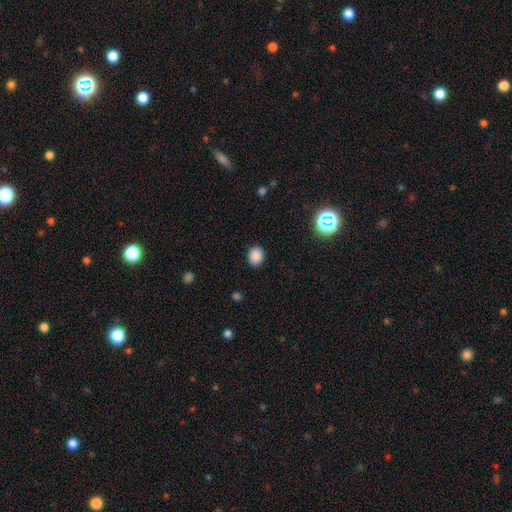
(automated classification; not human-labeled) A smooth galaxy with no disk features (86%) that is round (61%).

Vote fractions:
- Smooth or featured? smooth: 86% / star or artifact: 11% / featured or disk: 3%
- How rounded? round: 61% / in between: 38% / cigar-shaped: 1%
- Merging? none: 89% / minor disturbance: 8% / major disturbance: 2% / merger: 1%